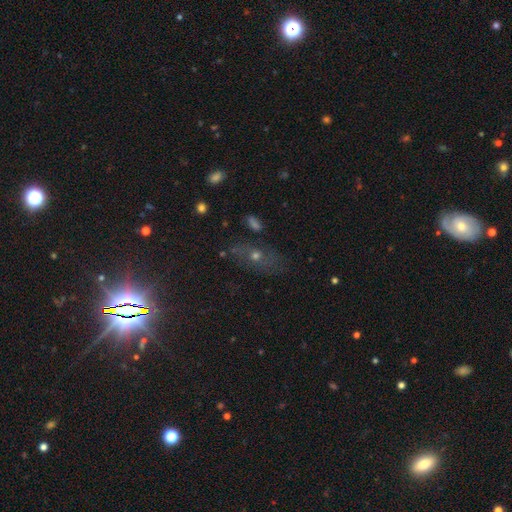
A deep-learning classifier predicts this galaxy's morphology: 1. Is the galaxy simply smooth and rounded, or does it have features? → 38% smooth, 31% star or artifact, 31% featured or disk.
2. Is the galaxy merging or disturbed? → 68% none, 17% minor disturbance, 10% major disturbance, 5% merger.